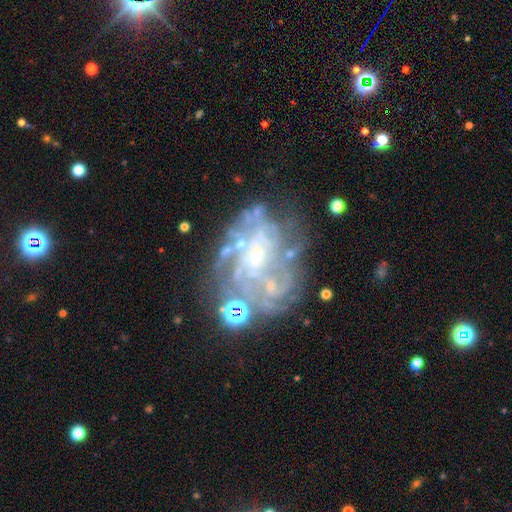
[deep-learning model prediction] Q: Smooth or featured?
A: featured or disk (81%); runner-up: star or artifact (11%)
Q: Edge-on disk?
A: no (97%); runner-up: yes (3%)
Q: Bar?
A: no (68%); runner-up: weak (25%)
Q: Spiral arms?
A: yes (80%); runner-up: no (20%)
Q: Spiral winding?
A: tight (57%); runner-up: medium (31%)
Q: Spiral arm count?
A: can't tell (45%); runner-up: 4 (14%)
Q: Bulge size?
A: small (76%); runner-up: moderate (16%)
Q: Merging?
A: none (54%); runner-up: minor disturbance (20%)